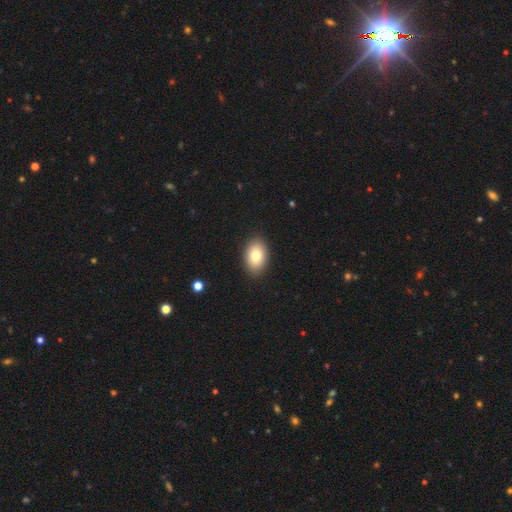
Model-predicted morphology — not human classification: smooth 80%, featured or disk 12%, star or artifact 8%. Down the decision tree: how rounded — in between (86%); merging — none (90%).